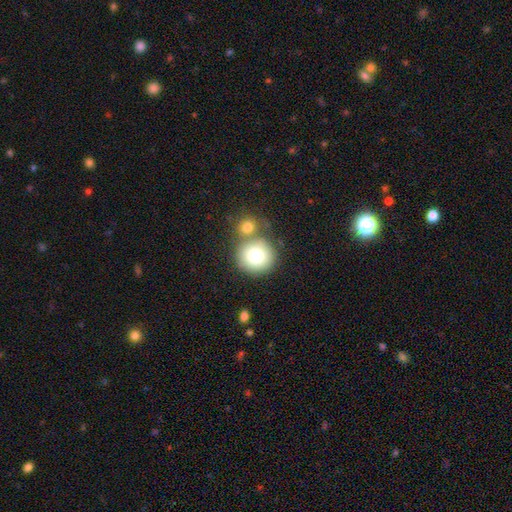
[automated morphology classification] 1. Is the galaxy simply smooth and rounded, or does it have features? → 78% smooth, 13% featured or disk, 9% star or artifact.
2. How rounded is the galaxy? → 92% round, 7% in between, 1% cigar-shaped.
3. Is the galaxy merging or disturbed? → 62% none, 25% merger, 10% minor disturbance, 4% major disturbance.